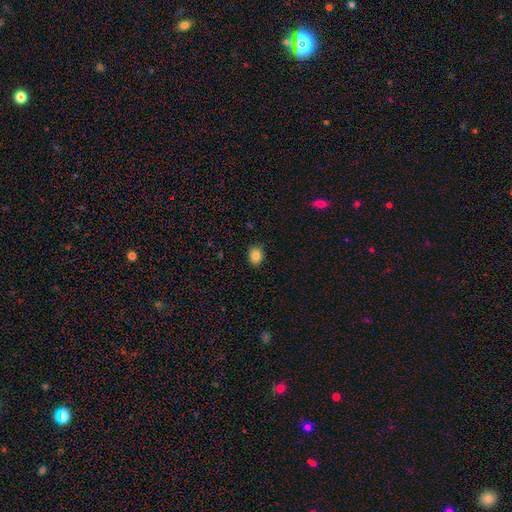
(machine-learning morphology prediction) A smooth galaxy with no disk features (85%) that is round (50%).

Vote fractions:
- Smooth or featured? smooth: 85% / star or artifact: 10% / featured or disk: 6%
- How rounded? round: 50% / in between: 49% / cigar-shaped: 1%
- Merging? none: 88% / minor disturbance: 9% / major disturbance: 2% / merger: 1%